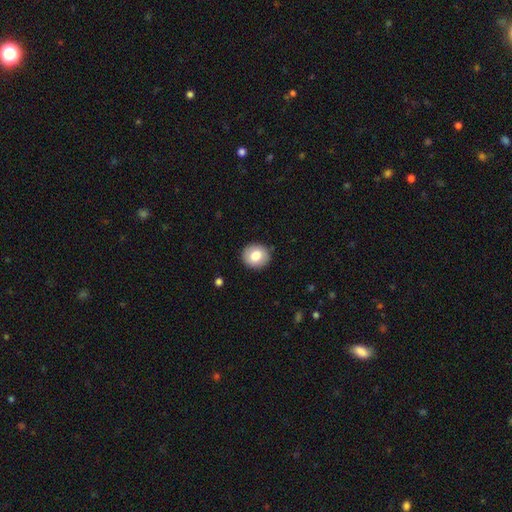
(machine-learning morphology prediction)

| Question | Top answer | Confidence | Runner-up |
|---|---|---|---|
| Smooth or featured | smooth | 79% | featured or disk (13%) |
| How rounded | round | 83% | in between (16%) |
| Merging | none | 90% | minor disturbance (7%) |